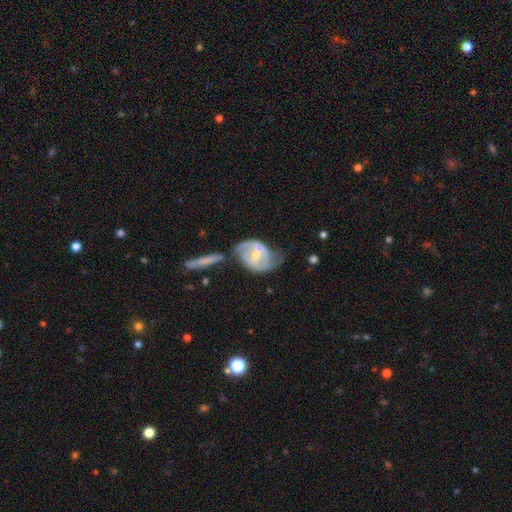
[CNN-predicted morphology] Q: Smooth or featured?
A: featured or disk (73%); runner-up: smooth (22%)
Q: Edge-on disk?
A: no (95%); runner-up: yes (5%)
Q: Bar?
A: weak (42%); runner-up: strong (29%)
Q: Spiral arms?
A: yes (78%); runner-up: no (22%)
Q: Spiral winding?
A: medium (44%); runner-up: loose (29%)
Q: Spiral arm count?
A: 2 (77%); runner-up: can't tell (15%)
Q: Bulge size?
A: small (50%); runner-up: moderate (45%)
Q: Merging?
A: none (37%); runner-up: minor disturbance (24%)